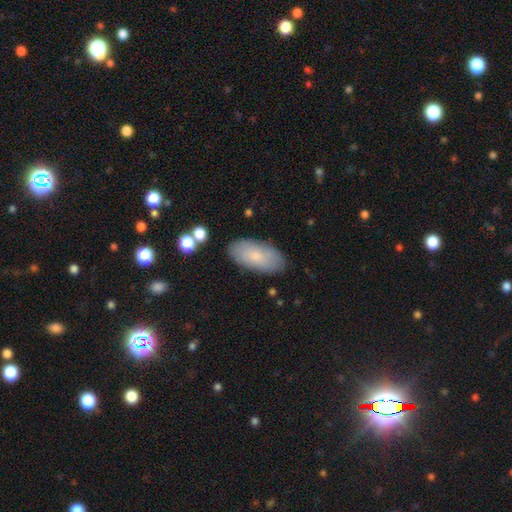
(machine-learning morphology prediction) A smooth galaxy with no disk features (78%) that is in between round and cigar-shaped (93%).

Vote fractions:
- Smooth or featured? smooth: 78% / featured or disk: 16% / star or artifact: 6%
- How rounded? in between: 93% / cigar-shaped: 4% / round: 2%
- Merging? none: 84% / minor disturbance: 12% / major disturbance: 3% / merger: 2%